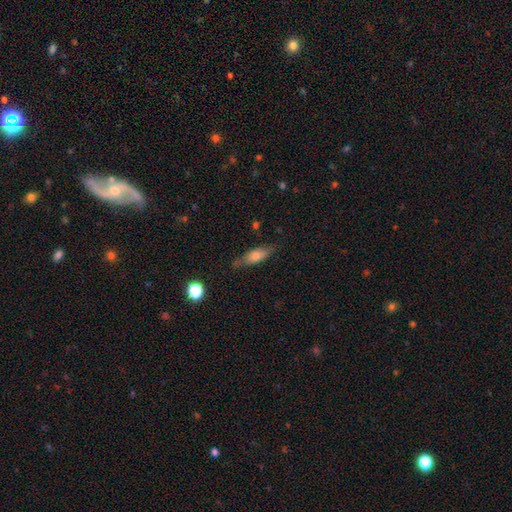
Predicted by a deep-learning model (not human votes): Smooth or featured? smooth (62%)
How rounded? in between (52%)
Merging? none (72%)